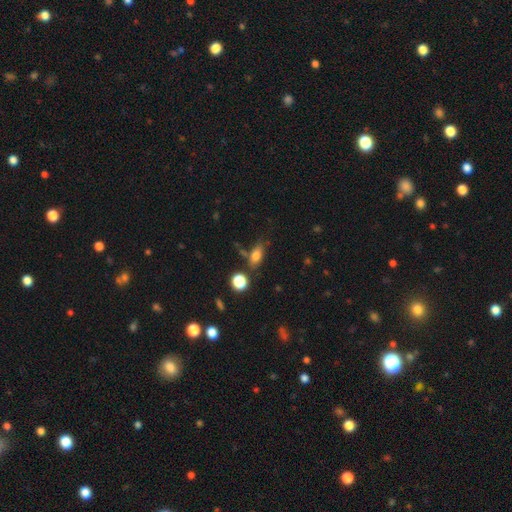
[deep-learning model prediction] This is likely a smooth galaxy (77%). How rounded: likely in between (79%). Merging: likely none (66%).